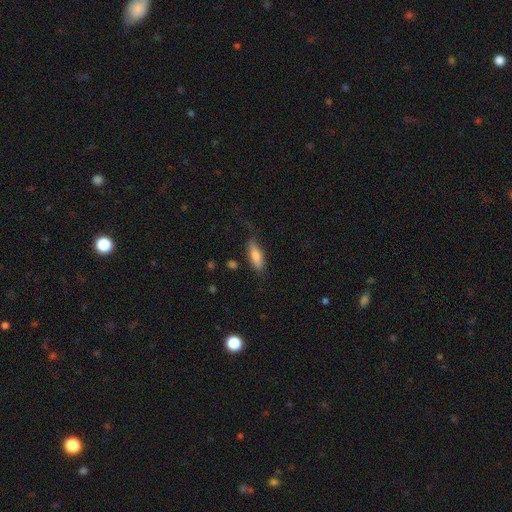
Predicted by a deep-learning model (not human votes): Smooth or featured? Predicted: smooth (p=0.73). How rounded? Predicted: in between (p=0.58). Merging? Predicted: none (p=0.73).